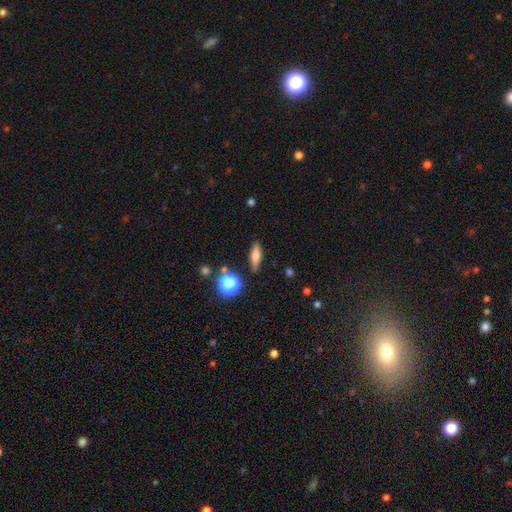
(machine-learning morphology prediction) smooth 65%, featured or disk 24%, star or artifact 11%. Down the decision tree: how rounded — cigar-shaped (48%); merging — none (84%).